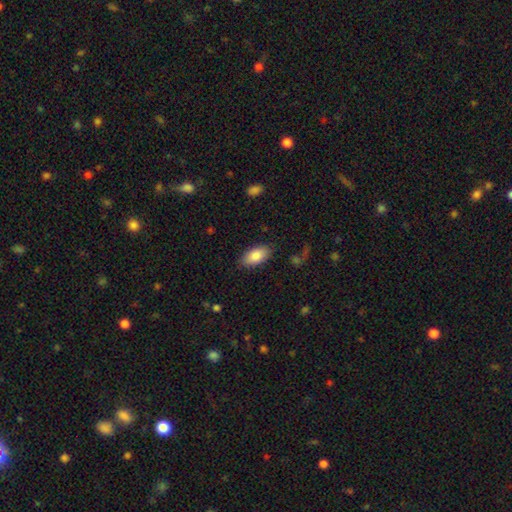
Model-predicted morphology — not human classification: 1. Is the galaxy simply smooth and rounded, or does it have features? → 85% smooth, 9% featured or disk, 7% star or artifact.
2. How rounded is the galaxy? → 93% in between, 4% cigar-shaped, 3% round.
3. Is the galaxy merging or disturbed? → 86% none, 10% minor disturbance, 3% major disturbance, 1% merger.